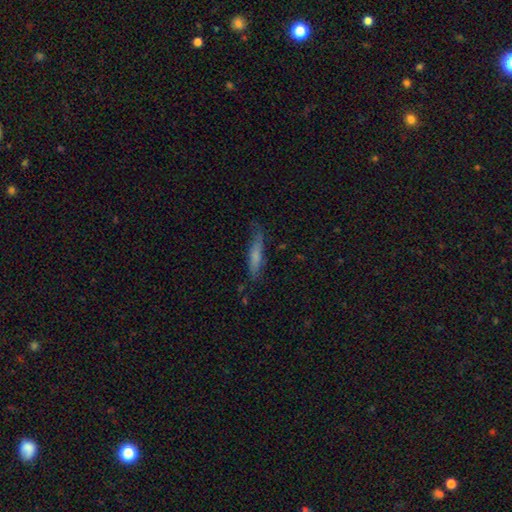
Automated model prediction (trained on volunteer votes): Overall: smooth (63%; featured or disk 30%). How rounded: cigar-shaped (87%). Merging: none (71%).